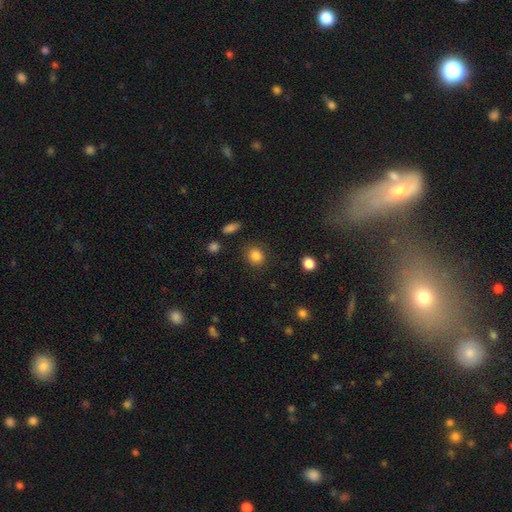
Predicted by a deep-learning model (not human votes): smooth-or-featured: smooth: 85% | star or artifact: 10% | featured or disk: 5%
  how-rounded: round: 70% | in between: 29% | cigar-shaped: 1%
  merging: none: 86% | minor disturbance: 9% | major disturbance: 3% | merger: 2%